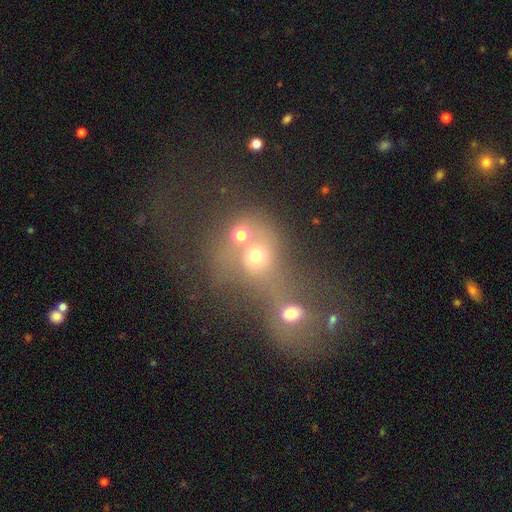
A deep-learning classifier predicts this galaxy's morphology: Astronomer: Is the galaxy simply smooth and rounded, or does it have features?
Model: smooth — 57%.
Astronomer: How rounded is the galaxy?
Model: round — 68%.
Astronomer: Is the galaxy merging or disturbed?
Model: merger — 64%.